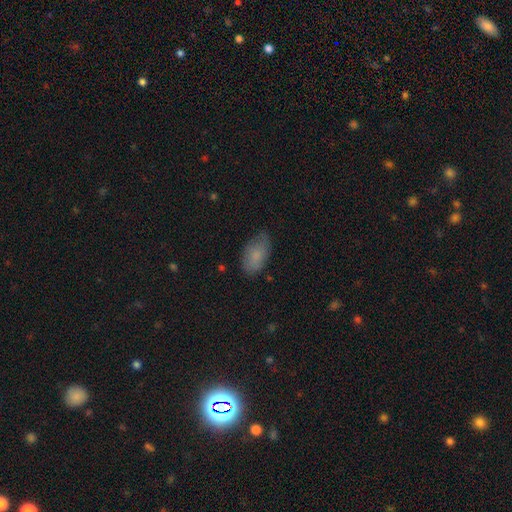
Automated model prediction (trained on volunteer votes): Smooth or featured? smooth (81%)
How rounded? in between (93%)
Merging? none (72%)